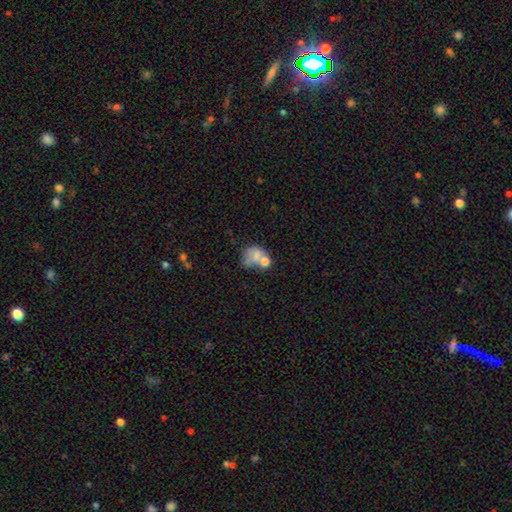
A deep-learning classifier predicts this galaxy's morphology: A smooth galaxy with no disk features (65%) that is round (52%). Merging: merger (44%).